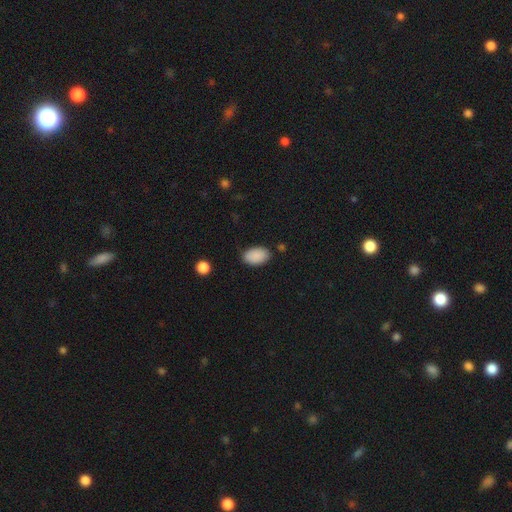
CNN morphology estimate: smooth-or-featured: smooth: 90% | star or artifact: 7% | featured or disk: 3%
  how-rounded: in between: 92% | round: 6% | cigar-shaped: 1%
  merging: none: 82% | minor disturbance: 13% | major disturbance: 3% | merger: 2%